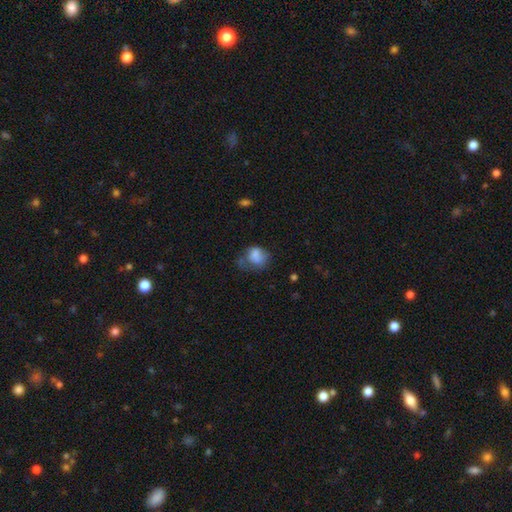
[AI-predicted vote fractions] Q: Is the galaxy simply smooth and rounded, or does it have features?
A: smooth — 72%.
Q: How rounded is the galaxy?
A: round — 50%.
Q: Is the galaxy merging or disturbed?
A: none — 34%.